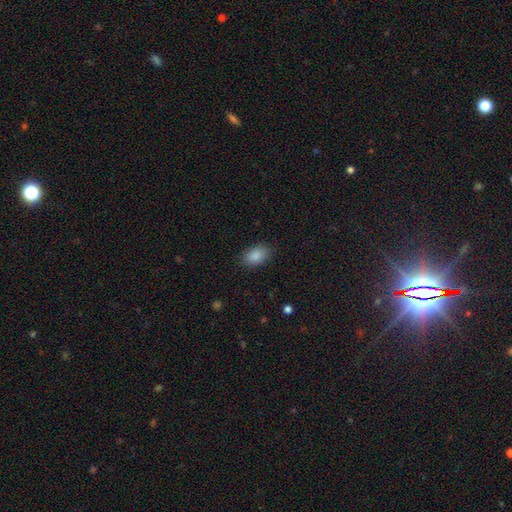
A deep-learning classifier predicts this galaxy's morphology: smooth-or-featured: smooth: 88% | star or artifact: 8% | featured or disk: 4%
  how-rounded: in between: 90% | round: 8% | cigar-shaped: 2%
  merging: none: 85% | minor disturbance: 11% | major disturbance: 3% | merger: 1%